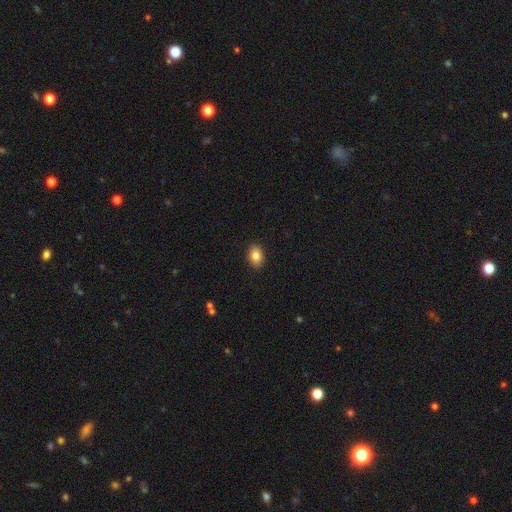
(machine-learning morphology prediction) Smooth or featured? smooth (84%)
How rounded? in between (81%)
Merging? none (90%)